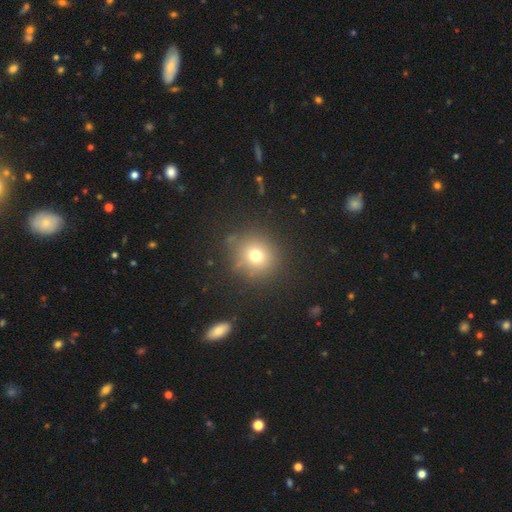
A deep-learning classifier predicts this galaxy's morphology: smooth_or_featured: smooth (p=0.71) [alt: star or artifact p=0.18]
how_rounded: round (p=0.89) [alt: in between p=0.10]
merging: none (p=0.83) [alt: minor disturbance p=0.10]